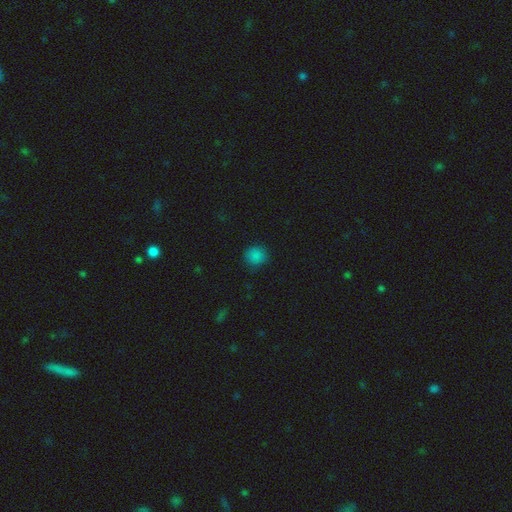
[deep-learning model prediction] Smooth or featured?
  - smooth: 83% *
  - star or artifact: 13%
  - featured or disk: 3%
How rounded?
  - round: 90% *
  - in between: 9%
  - cigar-shaped: 1%
Merging?
  - none: 86% *
  - minor disturbance: 10%
  - major disturbance: 3%
  - merger: 1%